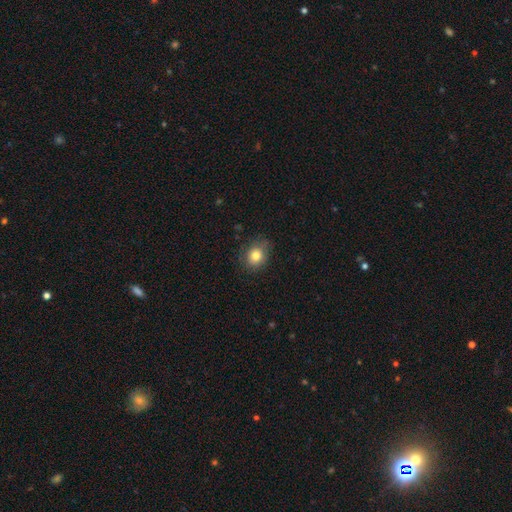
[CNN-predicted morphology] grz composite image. It shows a smooth galaxy with no disk features (80%) that is round (58%). Merging: none (78%).